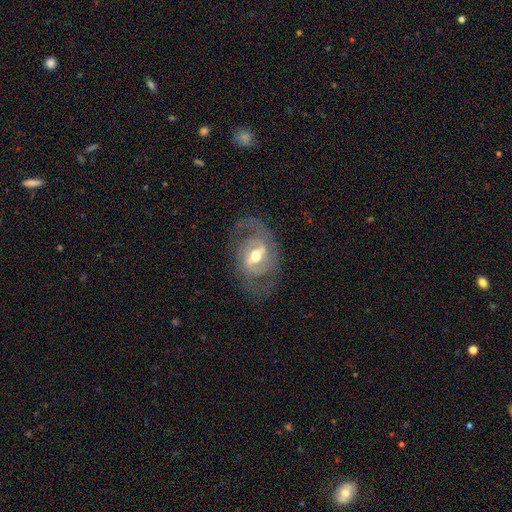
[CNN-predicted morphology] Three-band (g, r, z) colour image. It shows a featured or disk galaxy (83%) with a strong bar (46%), 2 (80%) medium (49%) spiral arms (83%) and a moderate central bulge (72%). Merging: none (69%).